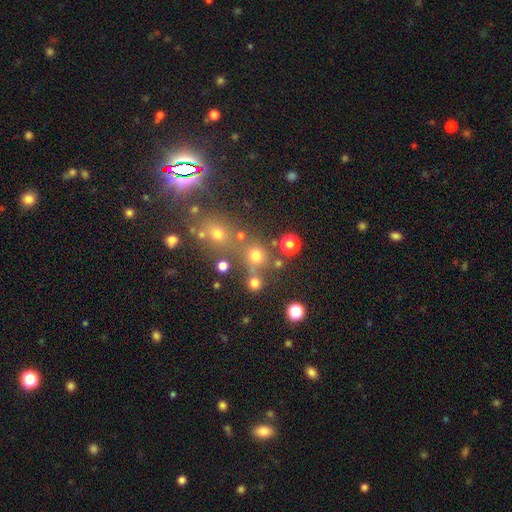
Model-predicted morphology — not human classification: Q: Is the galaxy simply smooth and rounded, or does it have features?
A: smooth — 65%.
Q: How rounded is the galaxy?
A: round — 89%.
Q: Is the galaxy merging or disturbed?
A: none — 66%.